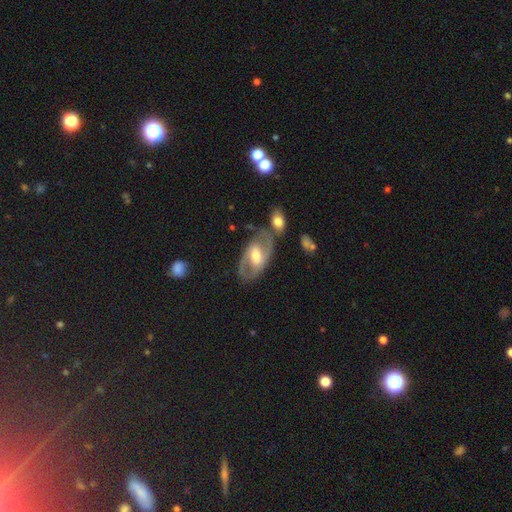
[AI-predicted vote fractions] A featured or disk galaxy (77%) with a weak bar (45%), 2 (84%) medium (54%) spiral arms (83%) and a moderate central bulge (66%).

Vote fractions:
- Smooth or featured? featured or disk: 77% / smooth: 18% / star or artifact: 5%
- Edge-on disk? no: 94% / yes: 6%
- Bar? weak: 45% / strong: 32% / no: 23%
- Spiral arms? yes: 83% / no: 17%
- Spiral winding? medium: 54% / tight: 26% / loose: 20%
- Spiral arm count? 2: 84% / can't tell: 9% / 1: 3% / 3: 2% / 4: 1% / more than 4: 1%
- Bulge size? moderate: 66% / small: 22% / large: 10% / none: 1% / dominant: 1%
- Merging? none: 66% / minor disturbance: 16% / merger: 10% / major disturbance: 7%